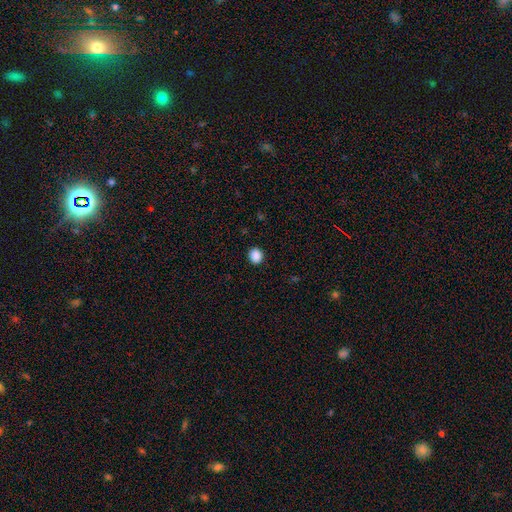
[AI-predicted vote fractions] Smooth or featured: smooth — 88% (star or artifact — 9%)
How rounded: round — 78% (in between — 21%)
Merging: none — 92% (minor disturbance — 6%)